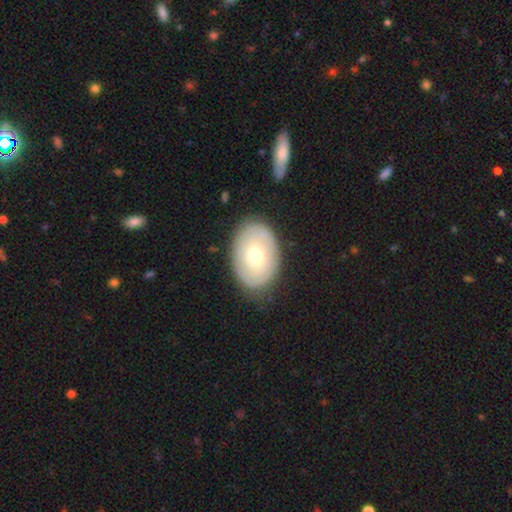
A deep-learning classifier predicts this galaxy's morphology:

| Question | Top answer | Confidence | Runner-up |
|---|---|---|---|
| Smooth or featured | smooth | 48% | featured or disk (46%) |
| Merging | none | 82% | minor disturbance (13%) |